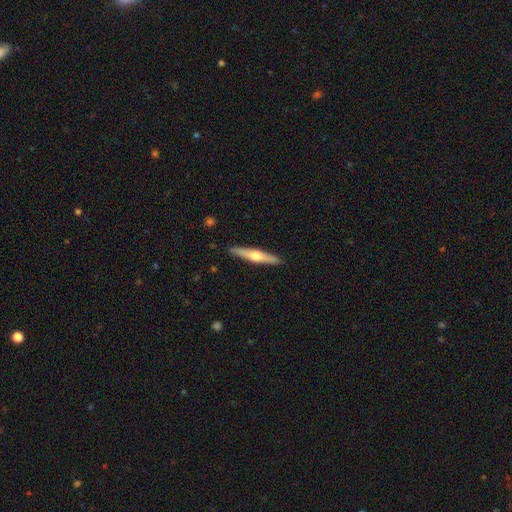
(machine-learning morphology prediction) Overall: featured or disk (59%; smooth 36%). Edge-on disk: yes (96%). Edge-on bulge: rounded (92%). Merging: none (90%).